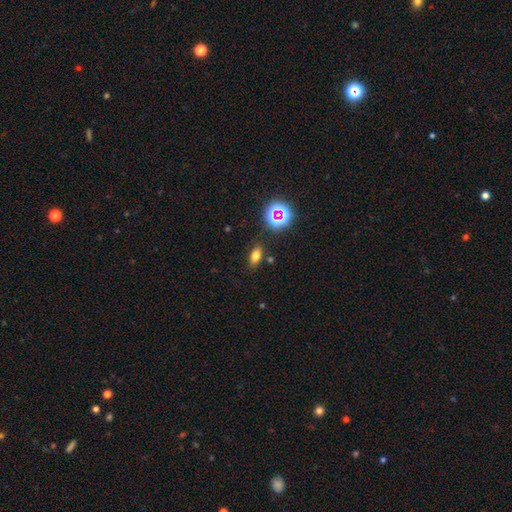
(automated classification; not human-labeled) Q: Smooth or featured?
A: smooth (70%); runner-up: star or artifact (18%)
Q: How rounded?
A: in between (82%); runner-up: round (12%)
Q: Merging?
A: none (83%); runner-up: minor disturbance (10%)